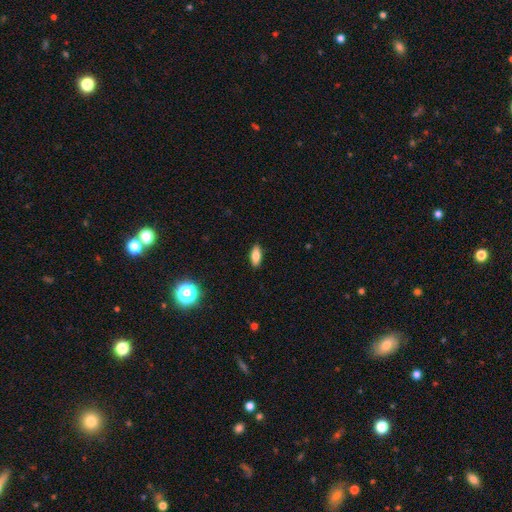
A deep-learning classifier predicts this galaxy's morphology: Overall: smooth (79%). How rounded: in between (81%). Merging: none (89%).